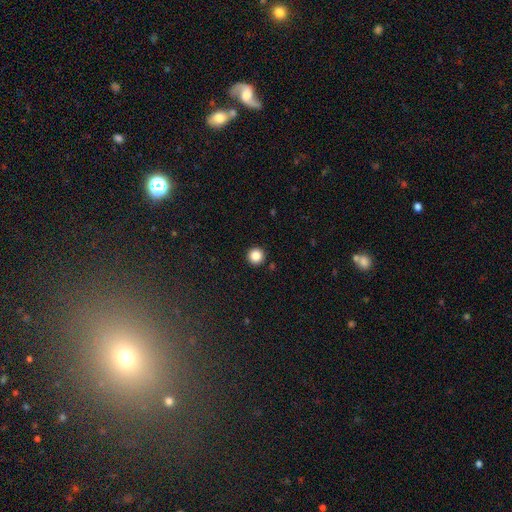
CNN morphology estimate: Smooth or featured: smooth — 86% (star or artifact — 10%)
How rounded: round — 96% (in between — 3%)
Merging: none — 93% (minor disturbance — 4%)